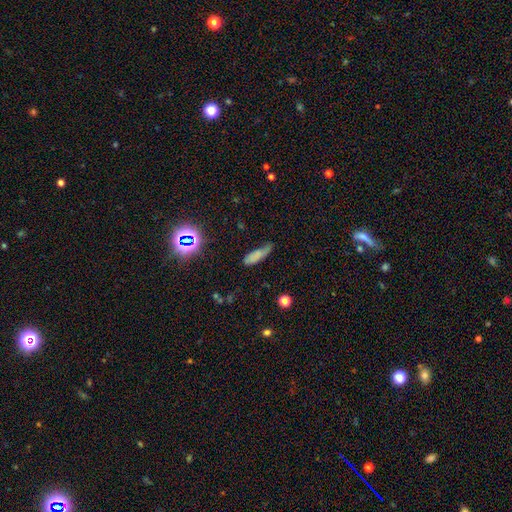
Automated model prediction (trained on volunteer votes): This is likely a smooth galaxy (71%). How rounded: possibly in between (49%). Merging: marginally none (42%).